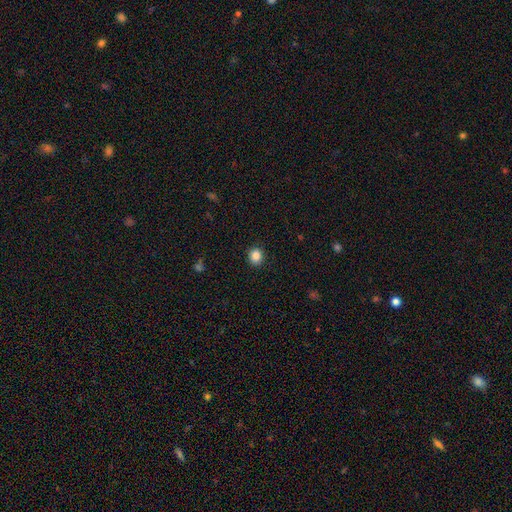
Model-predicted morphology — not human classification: Smooth or featured?
  - smooth: 86% *
  - star or artifact: 10%
  - featured or disk: 4%
How rounded?
  - round: 82% *
  - in between: 17%
  - cigar-shaped: 1%
Merging?
  - none: 91% *
  - minor disturbance: 6%
  - major disturbance: 2%
  - merger: 1%